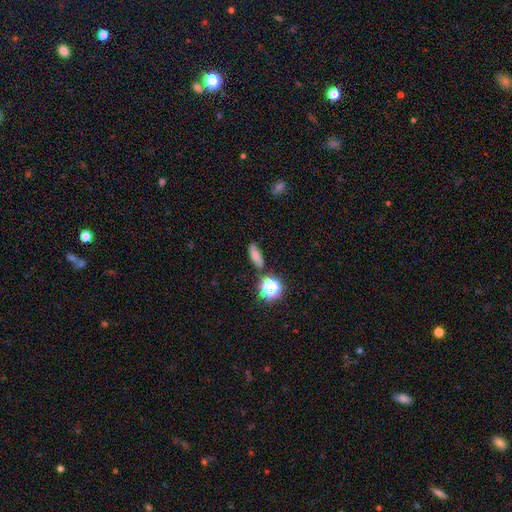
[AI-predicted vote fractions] smooth-or-featured: smooth: 67% | star or artifact: 19% | featured or disk: 15%
  how-rounded: in between: 61% | cigar-shaped: 25% | round: 15%
  merging: none: 68% | minor disturbance: 19% | merger: 7% | major disturbance: 6%